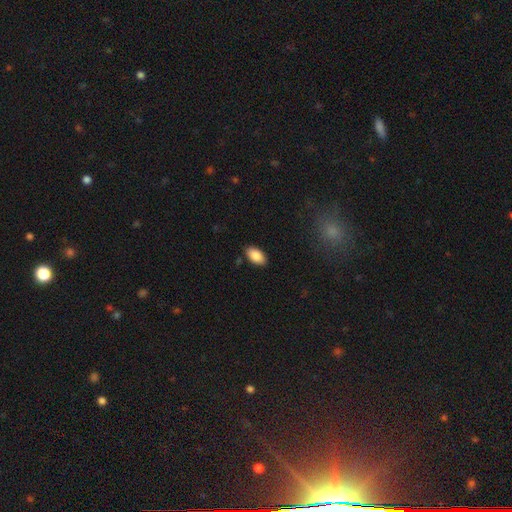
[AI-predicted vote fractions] This appears to be a smooth galaxy with no disk features (88%) that is in between round and cigar-shaped (95%). Merging: none (86%).